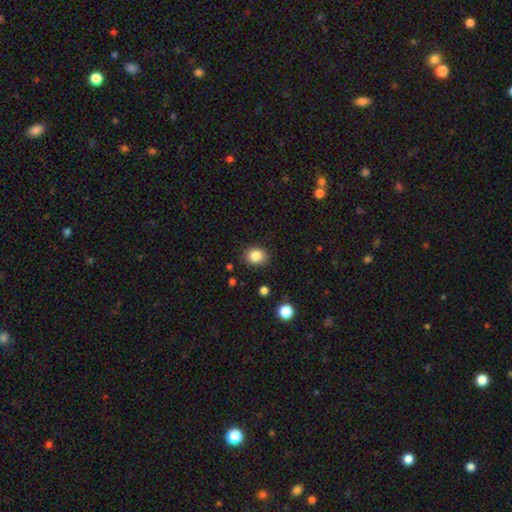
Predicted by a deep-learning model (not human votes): The model was most divided on "how rounded": round: 67%, in between: 33%, cigar-shaped: 1%. More confident: merging — none (88%); smooth or featured — smooth (85%).